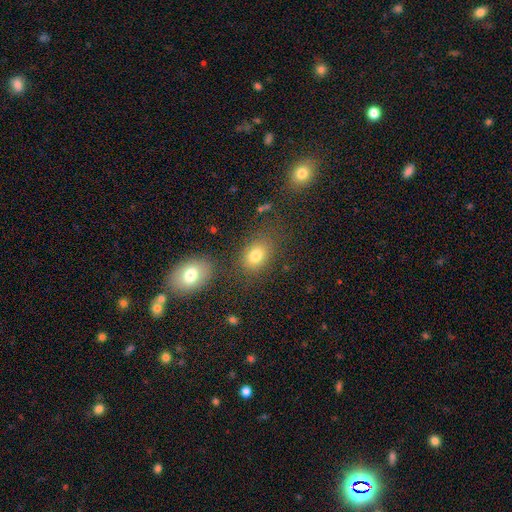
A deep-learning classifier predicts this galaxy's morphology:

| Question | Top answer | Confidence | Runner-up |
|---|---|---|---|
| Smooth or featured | smooth | 79% | star or artifact (12%) |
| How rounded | in between | 73% | round (26%) |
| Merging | none | 73% | minor disturbance (13%) |